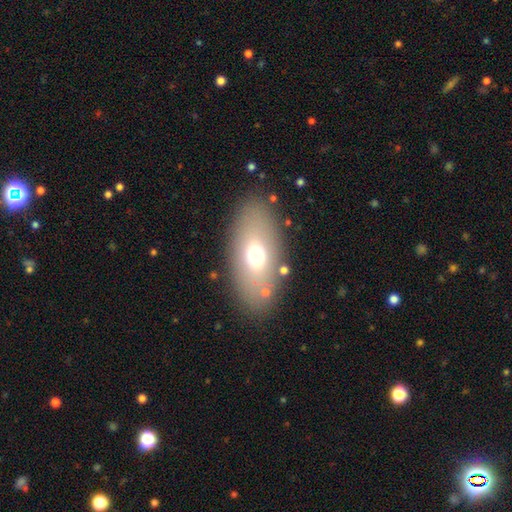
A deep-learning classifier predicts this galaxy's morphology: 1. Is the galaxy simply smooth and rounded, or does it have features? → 66% smooth, 24% featured or disk, 11% star or artifact.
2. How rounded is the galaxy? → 87% in between, 7% round, 6% cigar-shaped.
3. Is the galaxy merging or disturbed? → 82% none, 10% minor disturbance, 5% major disturbance, 3% merger.